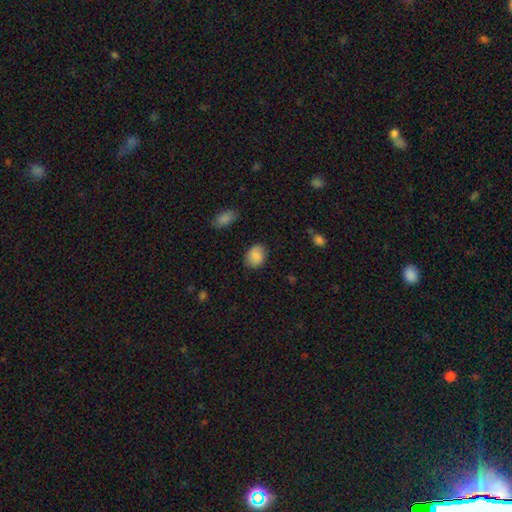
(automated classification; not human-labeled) Smooth or featured: smooth — 86% (star or artifact — 8%)
How rounded: in between — 58% (round — 40%)
Merging: none — 81% (minor disturbance — 14%)